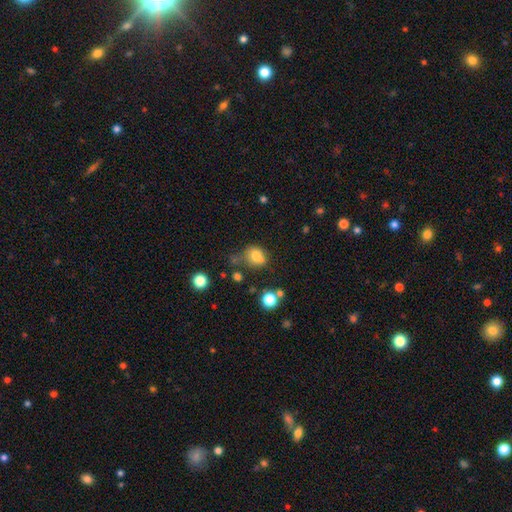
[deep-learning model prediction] This is likely a smooth galaxy (77%). How rounded: possibly round (52%). Merging: possibly none (45%).